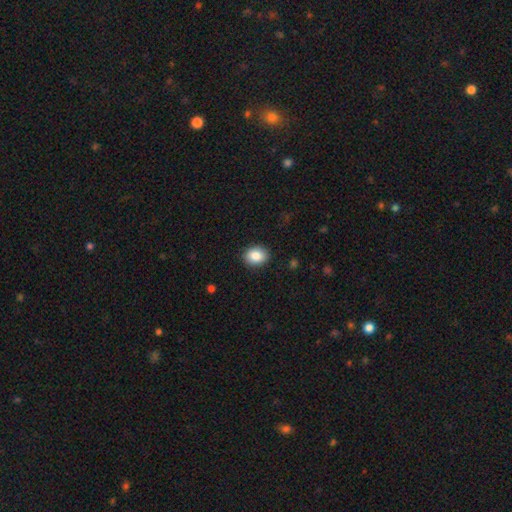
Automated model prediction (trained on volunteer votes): This appears to be a smooth galaxy with no disk features (86%) that is round (50%). Merging: none (90%).